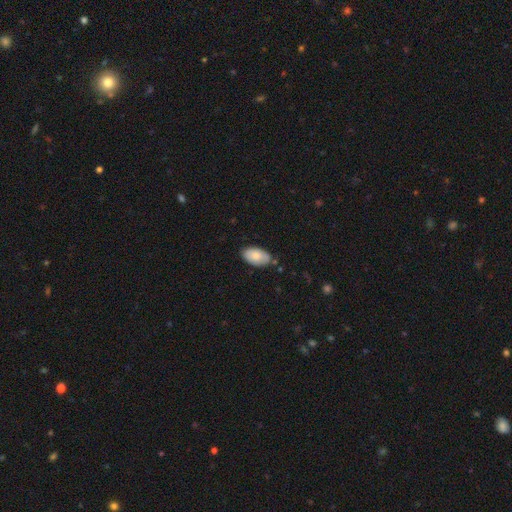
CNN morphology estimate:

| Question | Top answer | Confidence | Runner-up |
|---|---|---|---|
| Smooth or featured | smooth | 83% | featured or disk (11%) |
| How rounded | in between | 95% | round (3%) |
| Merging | none | 76% | minor disturbance (18%) |